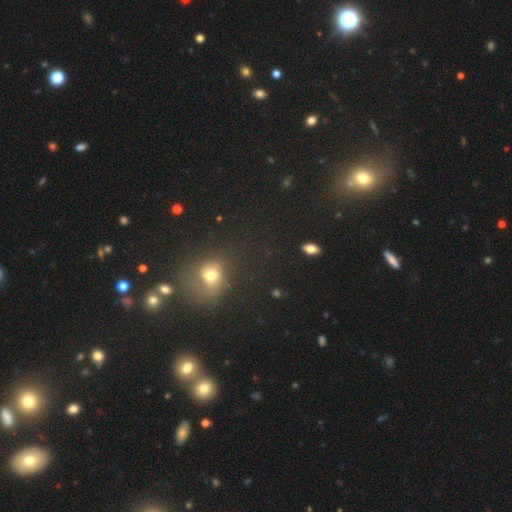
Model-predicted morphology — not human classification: smooth_or_featured: smooth (p=0.53) [alt: star or artifact p=0.39]
how_rounded: round (p=0.77) [alt: in between p=0.21]
merging: none (p=0.81) [alt: minor disturbance p=0.09]